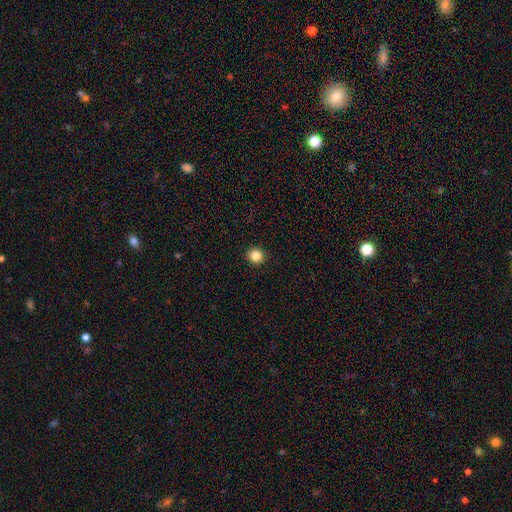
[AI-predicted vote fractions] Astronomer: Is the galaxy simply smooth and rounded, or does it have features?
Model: smooth — 85%.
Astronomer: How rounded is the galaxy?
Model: round — 92%.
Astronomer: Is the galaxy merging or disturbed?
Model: none — 93%.